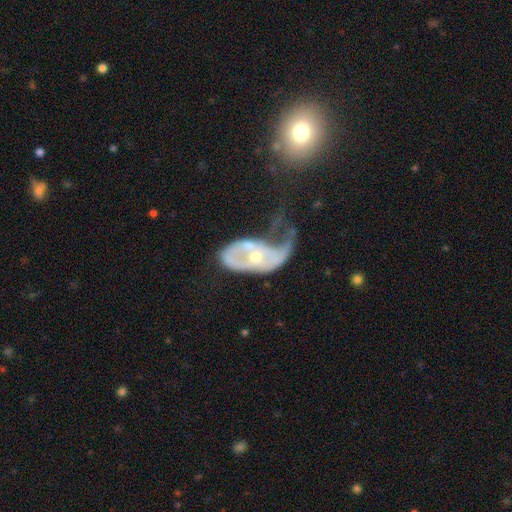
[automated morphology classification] Smooth or featured? Predicted: featured or disk (p=0.69). Edge-on disk? Predicted: no (p=0.94). Bar? Predicted: no (p=0.77). Spiral arms? Predicted: no (p=0.54). Bulge size? Predicted: small (p=0.51). Merging? Predicted: major disturbance (p=0.51).